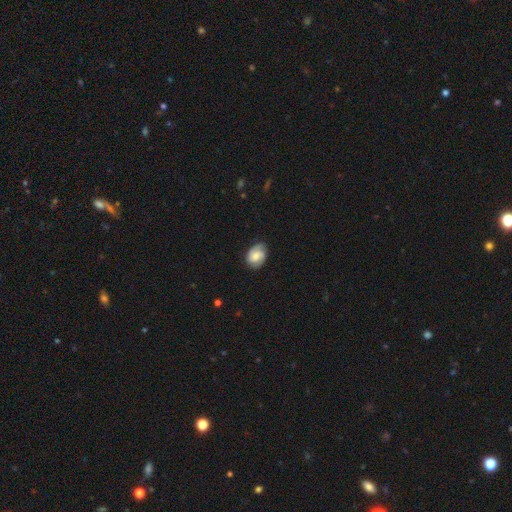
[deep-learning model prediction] Morphology: type=featured or disk (58%); edge-on=no (97%); bar=no (56%); spiral arms=yes (91%); winding=tight (44%); arm count=2 (61%); bulge=moderate (49%); merging=none (74%).